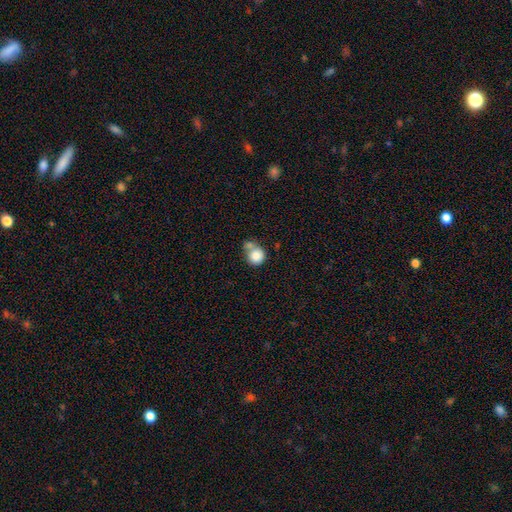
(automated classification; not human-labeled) This appears to be a smooth galaxy with no disk features (83%) that is round (87%). Merging: none (41%).